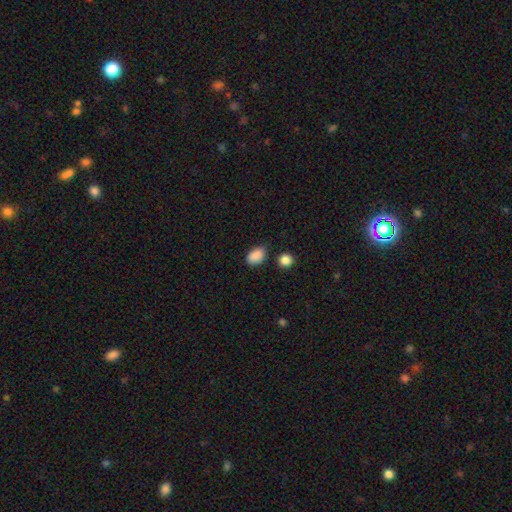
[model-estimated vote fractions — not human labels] The model was most divided on "merging": none: 73%, minor disturbance: 18%, merger: 5%, major disturbance: 4%. More confident: smooth or featured — smooth (88%); how rounded — in between (83%).